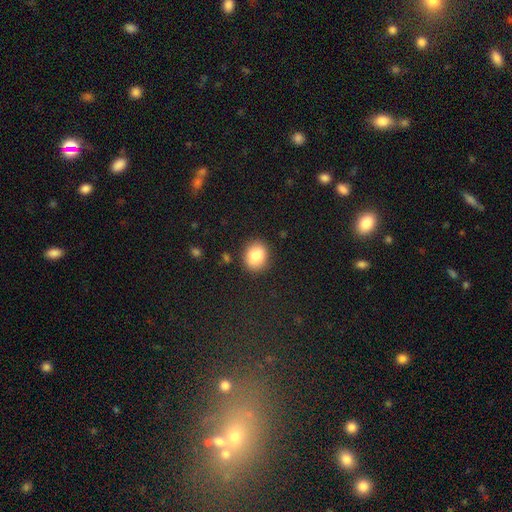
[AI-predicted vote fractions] This is clearly a smooth galaxy (83%). How rounded: likely round (64%). Merging: clearly none (87%).